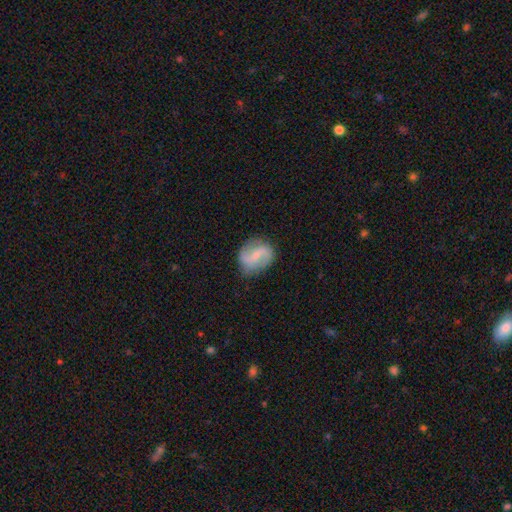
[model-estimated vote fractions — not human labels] featured or disk 73%, smooth 21%, star or artifact 6%. Down the decision tree: edge-on disk — no (98%); bar — weak (49%); spiral arms — yes (92%); spiral arm count — 2 (90%); spiral winding — loose (55%); bulge size — small (60%); merging — none (79%).